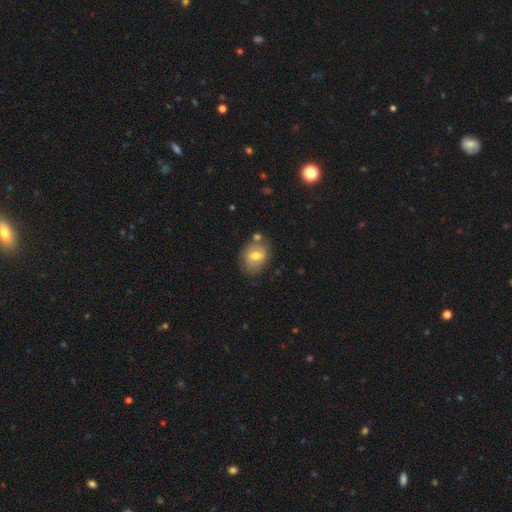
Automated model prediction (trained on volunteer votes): This appears to be a smooth galaxy with no disk features (57%) that is in between round and cigar-shaped (57%). Merging: none (67%).